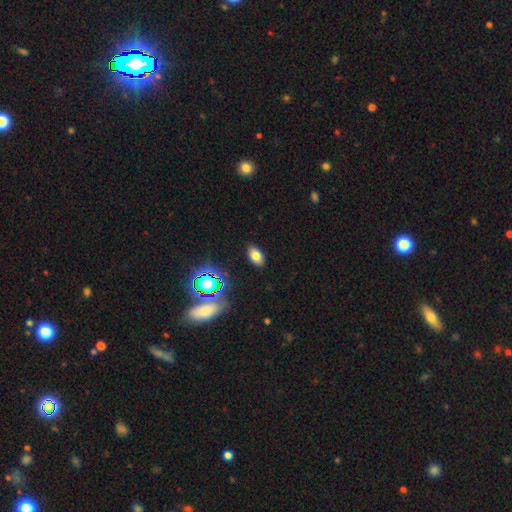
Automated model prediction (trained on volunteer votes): Overall: smooth (75%). How rounded: in between (90%). Merging: none (87%).